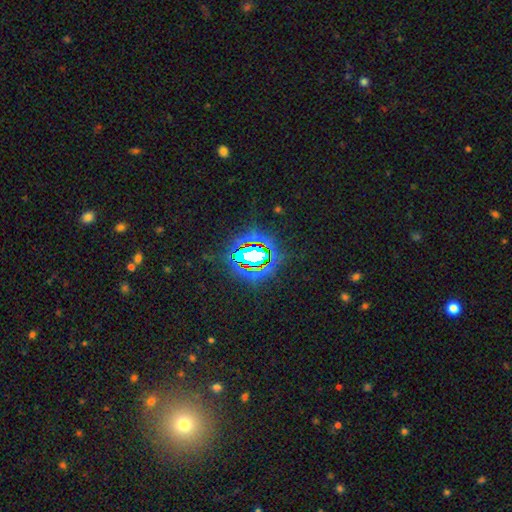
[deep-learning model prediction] Morphology: type=star or artifact (83%).